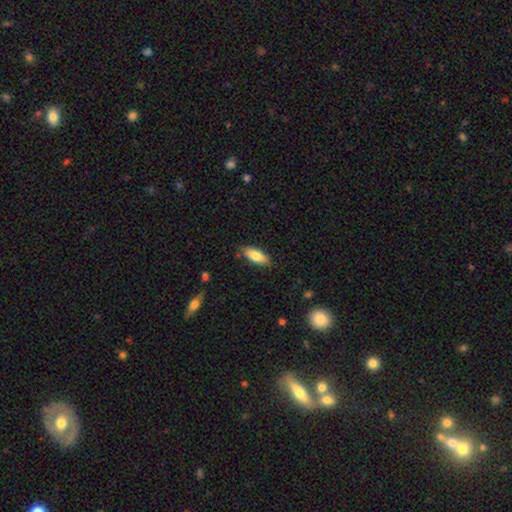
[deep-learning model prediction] Smooth or featured? Predicted: smooth (p=0.76). How rounded? Predicted: in between (p=0.68). Merging? Predicted: none (p=0.85).